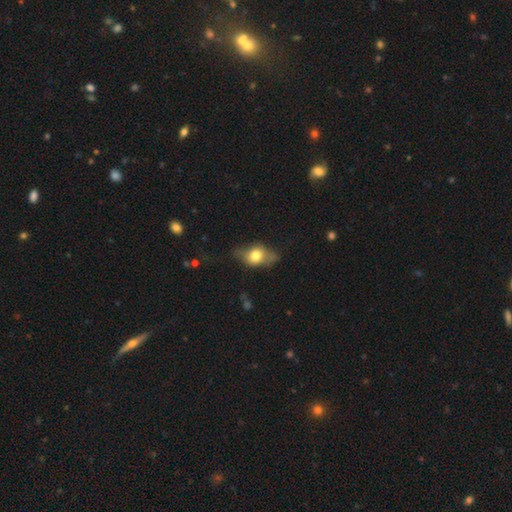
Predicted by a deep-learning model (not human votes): This is likely a smooth galaxy (65%). How rounded: likely in between (70%). Merging: possibly none (54%).